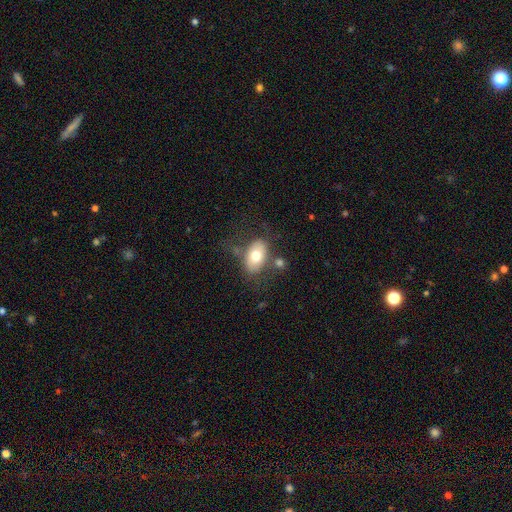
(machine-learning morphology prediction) Smooth or featured: smooth — 69% (featured or disk — 24%)
How rounded: in between — 88% (round — 10%)
Merging: none — 61% (minor disturbance — 19%)